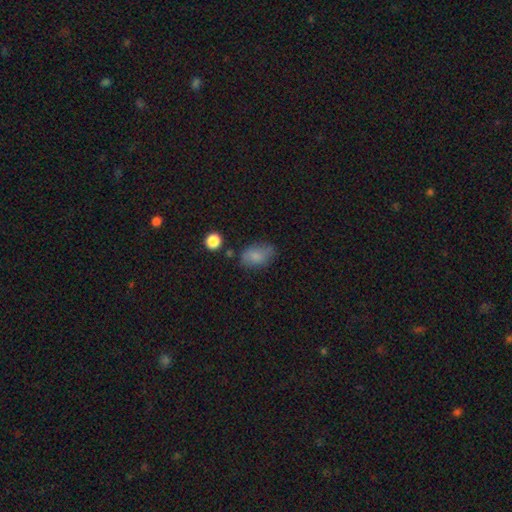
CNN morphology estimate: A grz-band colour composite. It shows a smooth galaxy with no disk features (79%) that is in between round and cigar-shaped (87%). Merging: none (67%).